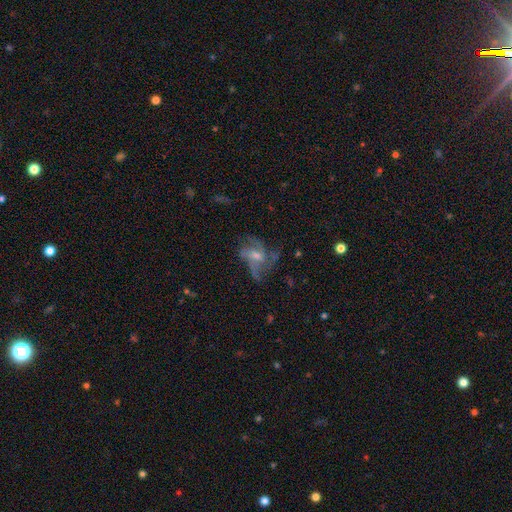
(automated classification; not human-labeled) A featured or disk galaxy (71%) with no bar (55%), 3 (36%) medium (46%) spiral arms (81%) and a moderate central bulge (50%).

Vote fractions:
- Smooth or featured? featured or disk: 71% / smooth: 17% / star or artifact: 12%
- Edge-on disk? no: 97% / yes: 3%
- Bar? no: 55% / weak: 37% / strong: 7%
- Spiral arms? yes: 81% / no: 19%
- Spiral winding? medium: 46% / loose: 38% / tight: 16%
- Spiral arm count? 3: 36% / can't tell: 21% / 4: 19% / 2: 13% / 1: 6% / more than 4: 5%
- Bulge size? moderate: 50% / small: 36% / none: 8% / large: 5% / dominant: 1%
- Merging? none: 48% / major disturbance: 29% / minor disturbance: 20% / merger: 3%